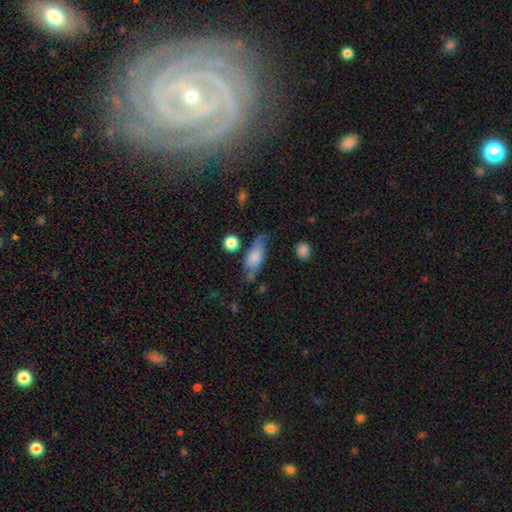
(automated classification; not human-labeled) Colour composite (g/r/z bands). It shows a smooth galaxy with no disk features (56%) that is in between round and cigar-shaped (71%). Merging: none (56%).